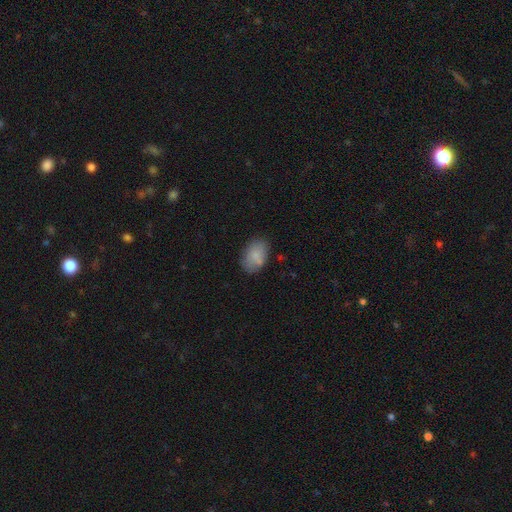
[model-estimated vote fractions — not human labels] Smooth or featured?
  - smooth: 82% *
  - featured or disk: 11%
  - star or artifact: 7%
How rounded?
  - in between: 89% *
  - round: 10%
  - cigar-shaped: 1%
Merging?
  - none: 73% *
  - minor disturbance: 18%
  - major disturbance: 4%
  - merger: 4%